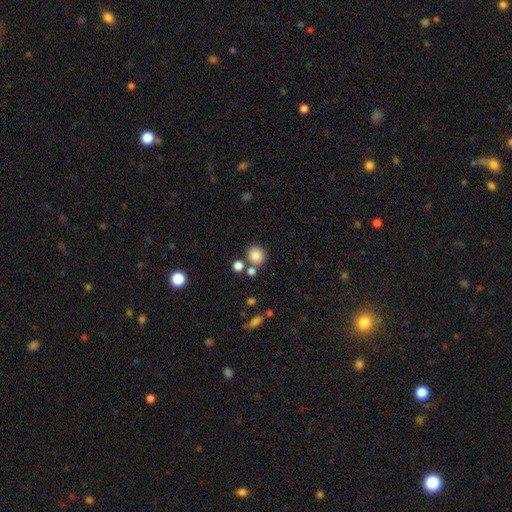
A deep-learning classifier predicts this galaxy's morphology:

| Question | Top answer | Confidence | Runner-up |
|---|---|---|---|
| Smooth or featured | smooth | 84% | star or artifact (11%) |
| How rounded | round | 85% | in between (14%) |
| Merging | none | 72% | merger (16%) |